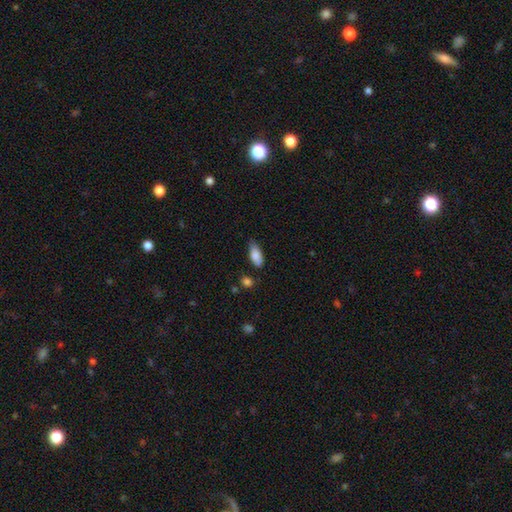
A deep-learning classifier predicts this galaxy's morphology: Smooth or featured? Predicted: smooth (p=0.84). How rounded? Predicted: in between (p=0.84). Merging? Predicted: none (p=0.66).